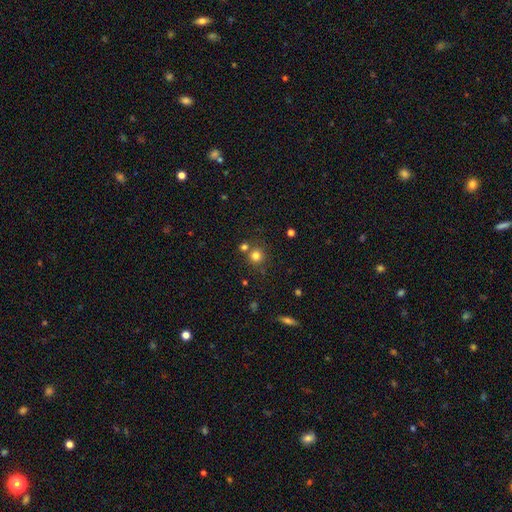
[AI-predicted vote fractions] Smooth or featured?
  - smooth: 78% *
  - star or artifact: 15%
  - featured or disk: 7%
How rounded?
  - round: 92% *
  - in between: 7%
  - cigar-shaped: 1%
Merging?
  - none: 71% *
  - merger: 18%
  - minor disturbance: 8%
  - major disturbance: 3%